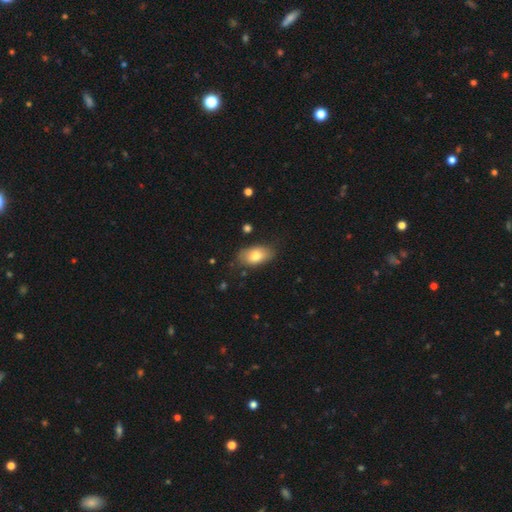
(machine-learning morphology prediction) smooth 76%, featured or disk 17%, star or artifact 7%. Down the decision tree: how rounded — in between (91%); merging — none (77%).